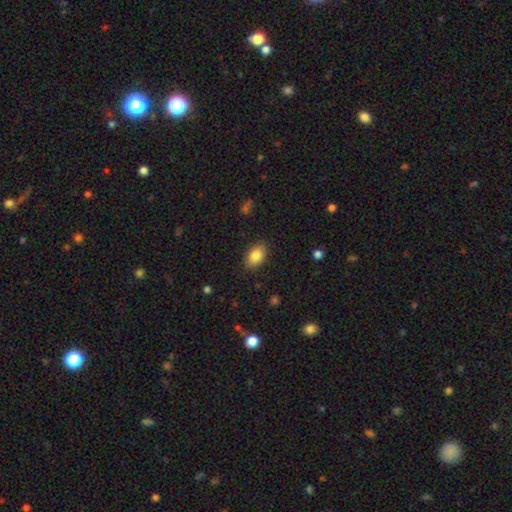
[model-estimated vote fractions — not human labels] Morphology: type=smooth (86%); roundness=in between (87%); merging=none (86%).